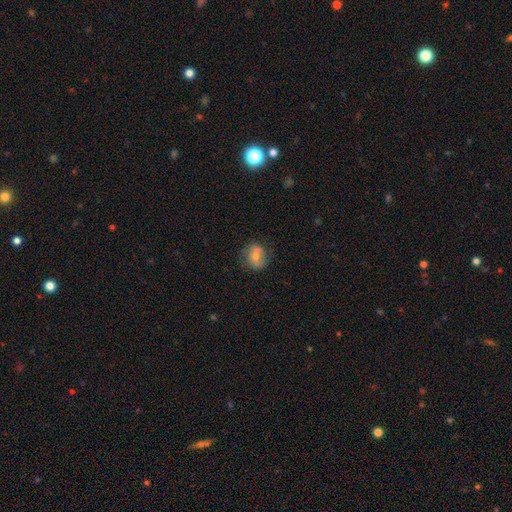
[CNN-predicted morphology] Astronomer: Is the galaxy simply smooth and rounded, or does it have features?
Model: smooth — 64%.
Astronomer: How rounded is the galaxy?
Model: round — 66%.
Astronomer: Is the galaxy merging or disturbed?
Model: none — 70%.